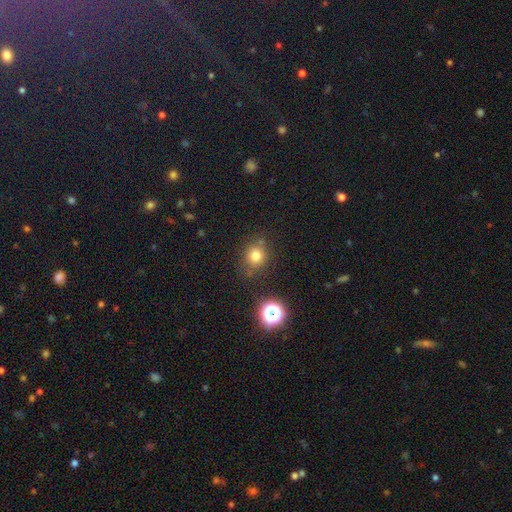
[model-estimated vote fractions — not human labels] Smooth or featured? Predicted: smooth (p=0.77). How rounded? Predicted: round (p=0.81). Merging? Predicted: none (p=0.77).